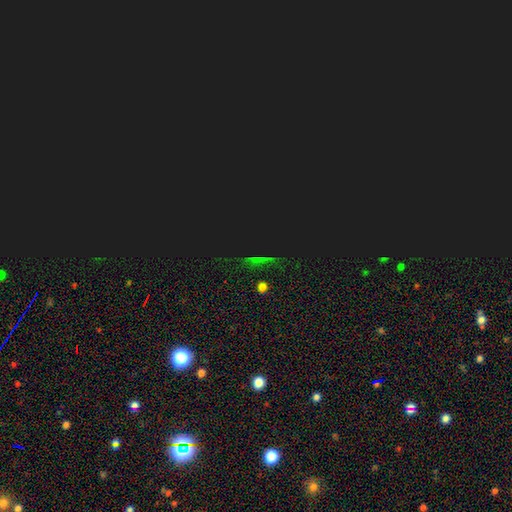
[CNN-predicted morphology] This appears to be a star or artifact, not a galaxy (75%).